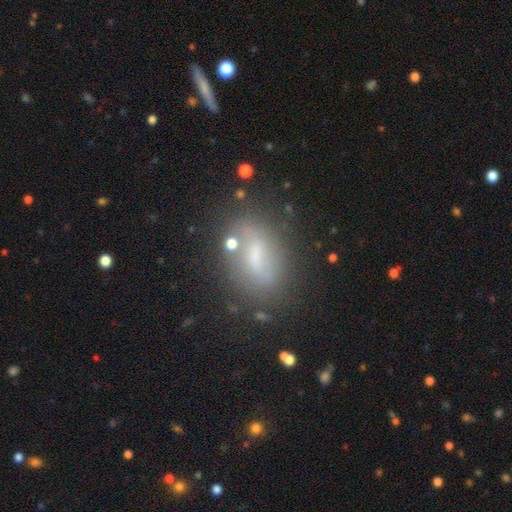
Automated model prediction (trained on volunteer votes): A smooth galaxy with no disk features (49%). Merging: none (67%).